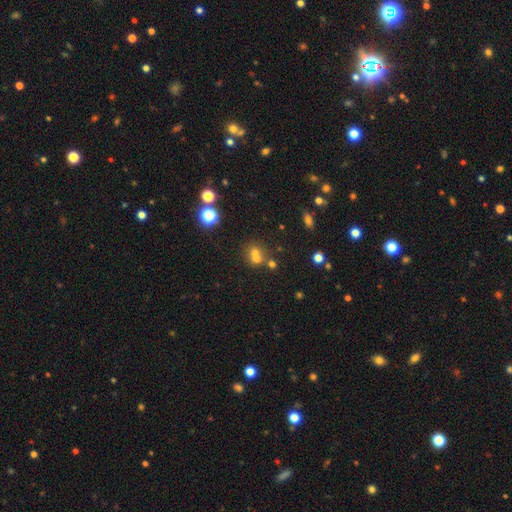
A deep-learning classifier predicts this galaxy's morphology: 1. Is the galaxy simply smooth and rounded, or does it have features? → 61% smooth, 22% star or artifact, 17% featured or disk.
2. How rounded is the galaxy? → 78% round, 21% in between, 1% cigar-shaped.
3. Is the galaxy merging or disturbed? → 54% merger, 36% none, 6% minor disturbance, 3% major disturbance.